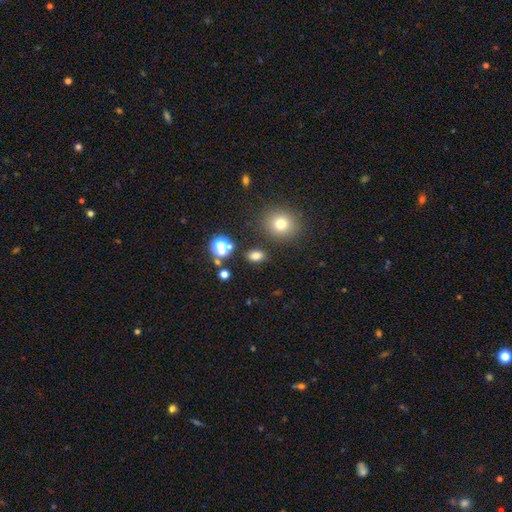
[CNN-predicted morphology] Smooth or featured?
  - smooth: 76% *
  - star or artifact: 18%
  - featured or disk: 6%
How rounded?
  - in between: 73% *
  - round: 25%
  - cigar-shaped: 2%
Merging?
  - none: 84% *
  - minor disturbance: 9%
  - merger: 4%
  - major disturbance: 3%